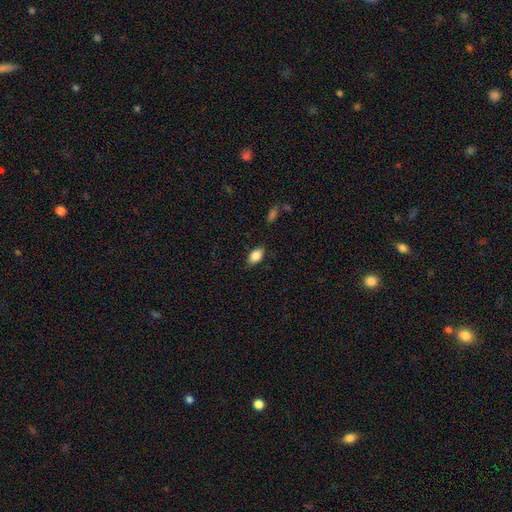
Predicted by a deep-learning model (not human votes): A smooth galaxy with no disk features (86%) that is in between round and cigar-shaped (89%). Merging: none (83%).